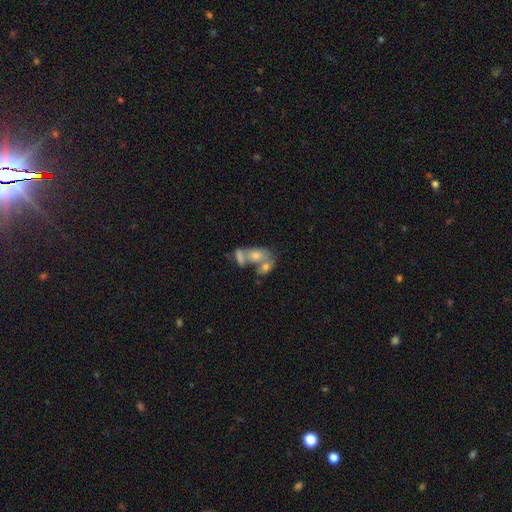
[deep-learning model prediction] The model was most divided on "smooth or featured": smooth: 46%, featured or disk: 40%, star or artifact: 15%. More confident: merging — merger (62%).